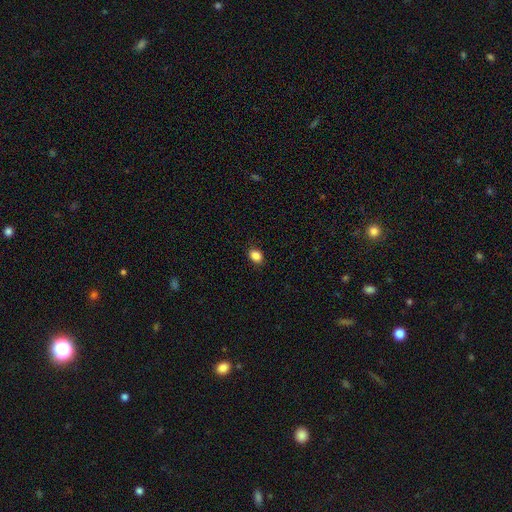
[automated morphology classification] Smooth or featured? Predicted: smooth (p=0.86). How rounded? Predicted: in between (p=0.64). Merging? Predicted: none (p=0.87).